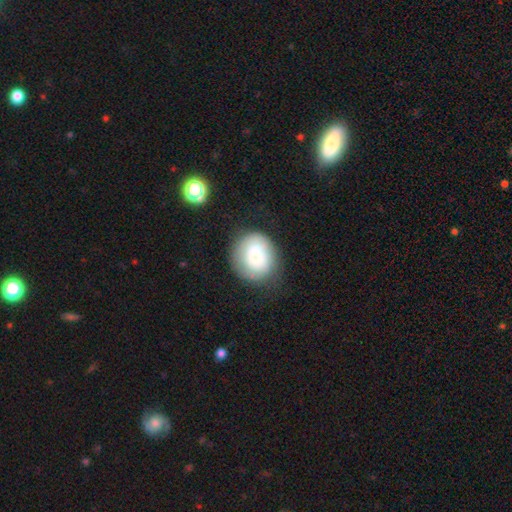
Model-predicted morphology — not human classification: smooth 72%, featured or disk 20%, star or artifact 8%. Down the decision tree: how rounded — round (76%); merging — none (65%).